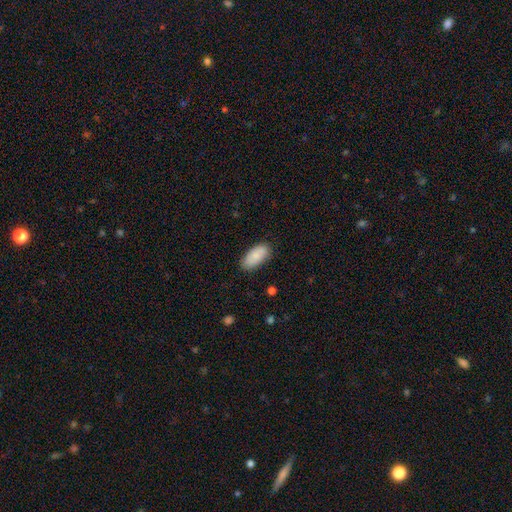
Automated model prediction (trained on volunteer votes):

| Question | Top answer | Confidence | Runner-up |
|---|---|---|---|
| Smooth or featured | smooth | 87% | featured or disk (7%) |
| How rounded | in between | 93% | cigar-shaped (5%) |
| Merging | none | 84% | minor disturbance (13%) |